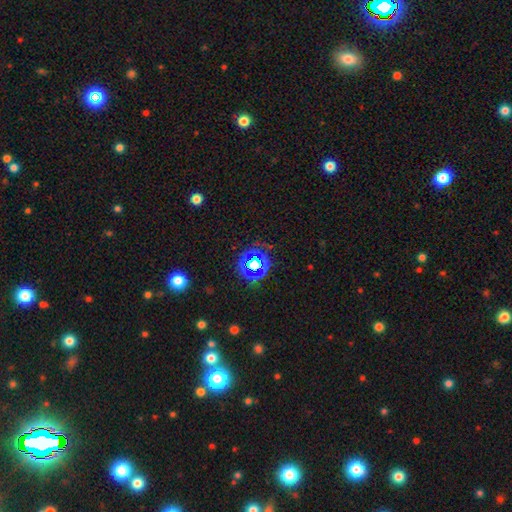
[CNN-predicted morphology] Overall: star or artifact (73%).